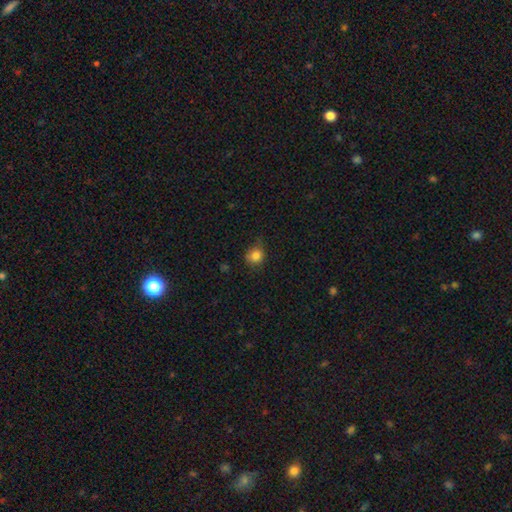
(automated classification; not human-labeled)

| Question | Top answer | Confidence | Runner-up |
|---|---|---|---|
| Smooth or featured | smooth | 83% | star or artifact (11%) |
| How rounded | round | 76% | in between (23%) |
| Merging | none | 66% | minor disturbance (26%) |